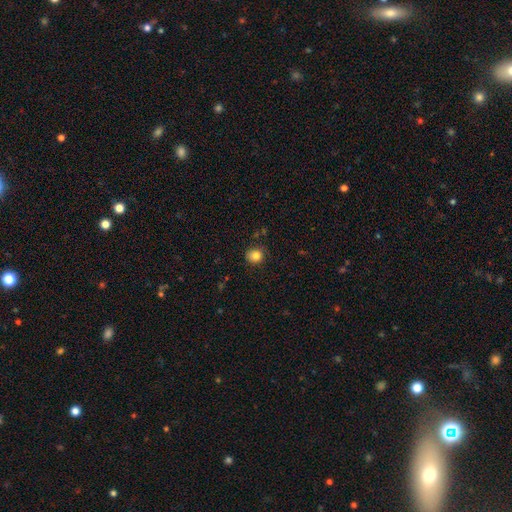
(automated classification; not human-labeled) Q: Smooth or featured?
A: smooth (82%); runner-up: star or artifact (11%)
Q: How rounded?
A: round (82%); runner-up: in between (17%)
Q: Merging?
A: none (81%); runner-up: minor disturbance (14%)